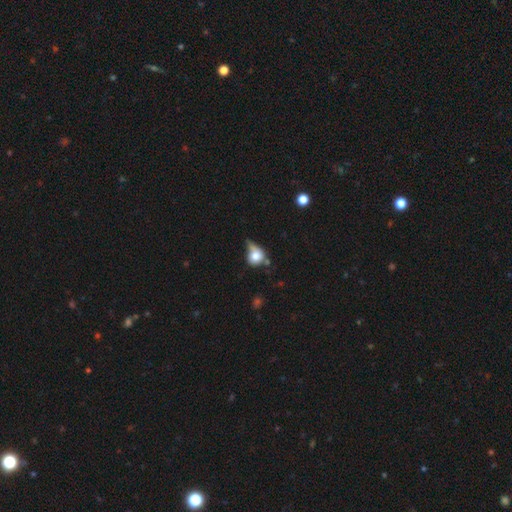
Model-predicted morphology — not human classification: smooth 70%, featured or disk 19%, star or artifact 11%. Down the decision tree: how rounded — round (71%); merging — none (31%).